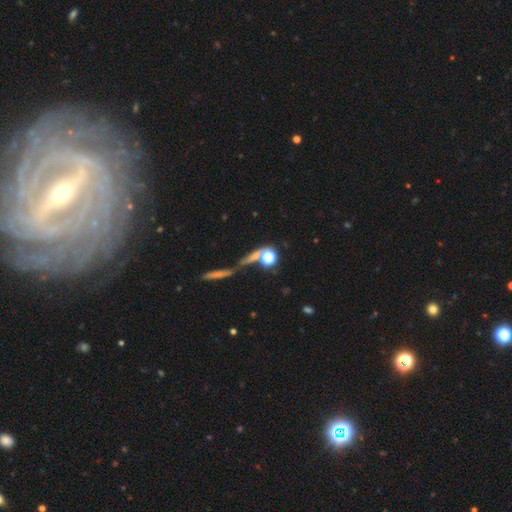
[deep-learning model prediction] This appears to be a smooth galaxy with no disk features (44%). Merging: none (58%).